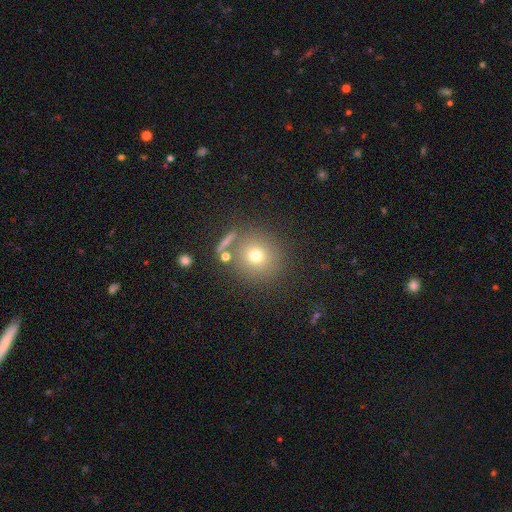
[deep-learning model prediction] Overall: smooth (71%). How rounded: round (91%). Merging: none (77%).